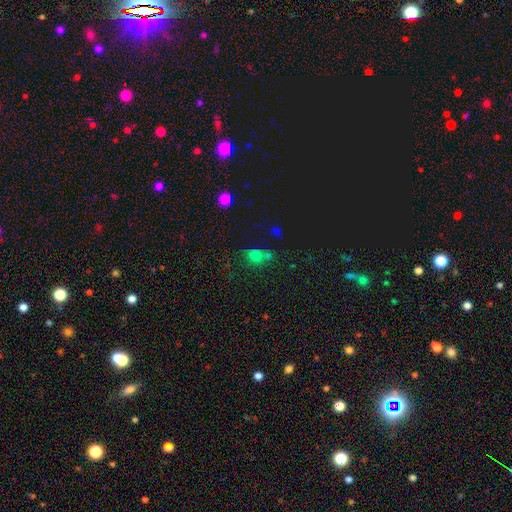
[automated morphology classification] This is likely a smooth galaxy (69%). How rounded: likely round (61%). Merging: possibly none (46%).